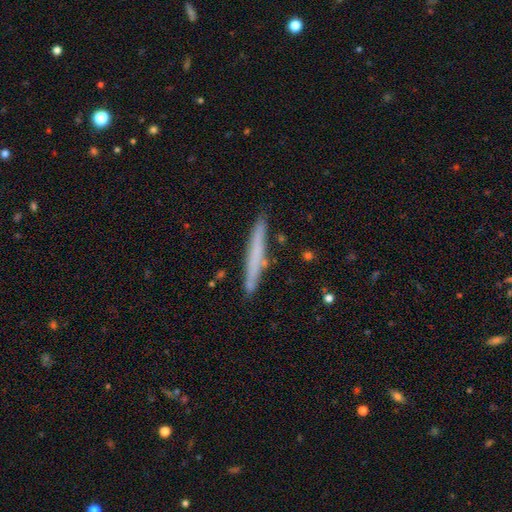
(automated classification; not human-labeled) Smooth or featured? Predicted: smooth (p=0.58). How rounded? Predicted: cigar-shaped (p=0.96). Merging? Predicted: none (p=0.86).